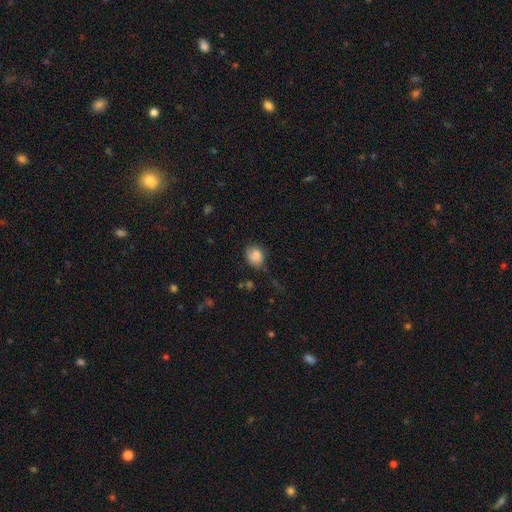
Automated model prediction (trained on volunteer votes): Smooth or featured? Predicted: smooth (p=0.83). How rounded? Predicted: round (p=0.67). Merging? Predicted: none (p=0.71).